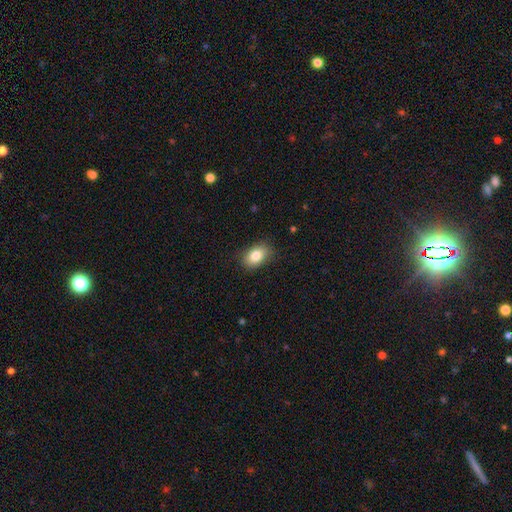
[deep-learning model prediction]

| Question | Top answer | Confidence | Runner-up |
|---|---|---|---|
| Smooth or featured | smooth | 83% | featured or disk (8%) |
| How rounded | in between | 84% | round (14%) |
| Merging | none | 84% | minor disturbance (12%) |